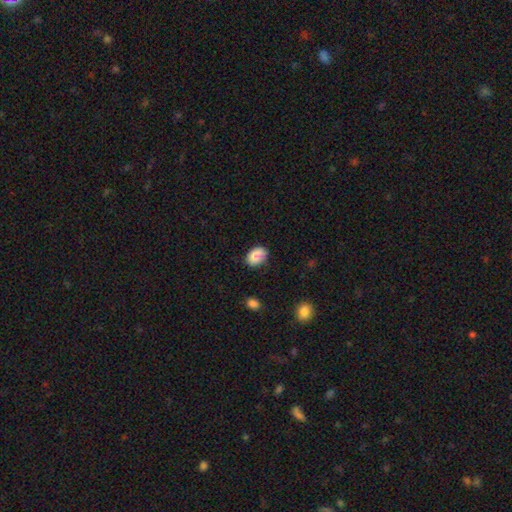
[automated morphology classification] smooth 84%, featured or disk 8%, star or artifact 8%. Down the decision tree: how rounded — in between (82%); merging — none (64%).